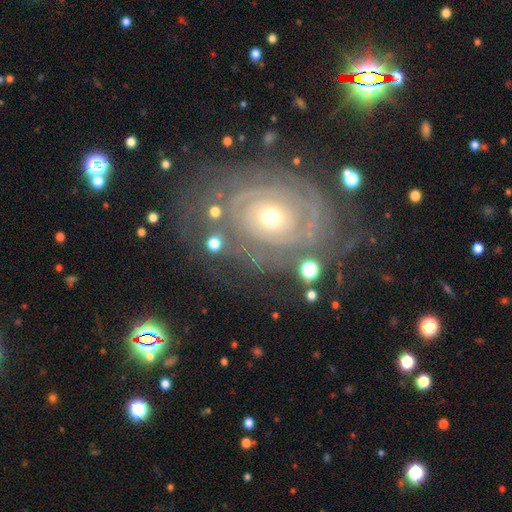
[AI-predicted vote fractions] This is likely a featured or disk galaxy (77%). It is clearly not viewed edge-on (95%). Bar: clearly no (80%). Spiral arm pattern: clearly yes (86%). Spiral arm count: possibly can't tell (45%). Spiral winding: likely tight (79%). Central bulge: possibly small (53%). Merging: likely none (73%).